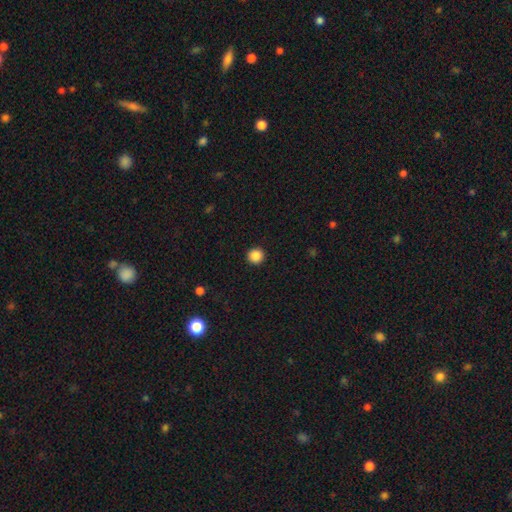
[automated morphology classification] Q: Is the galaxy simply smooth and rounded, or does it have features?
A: smooth — 87%.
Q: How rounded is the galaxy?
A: round — 96%.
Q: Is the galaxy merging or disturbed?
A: none — 93%.